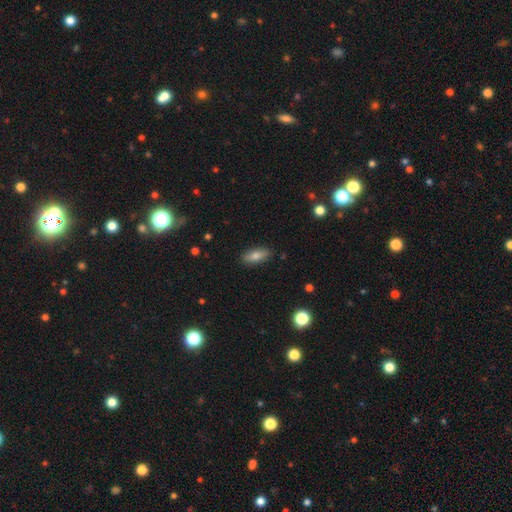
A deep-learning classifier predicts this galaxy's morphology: The model was most divided on "how rounded": in between: 74%, cigar-shaped: 23%, round: 3%. More confident: merging — none (88%); smooth or featured — smooth (74%).